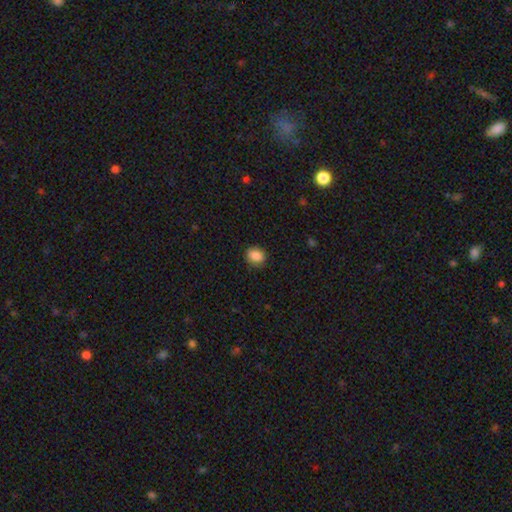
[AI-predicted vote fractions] Smooth or featured? smooth (87%)
How rounded? round (63%)
Merging? none (87%)